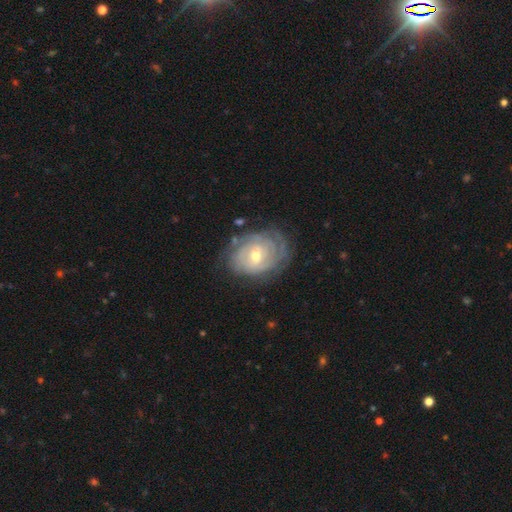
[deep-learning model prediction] This appears to be a featured or disk galaxy (79%) with a weak bar (52%), tight (75%) spiral arms (88%) and a moderate central bulge (59%). Merging: none (68%).